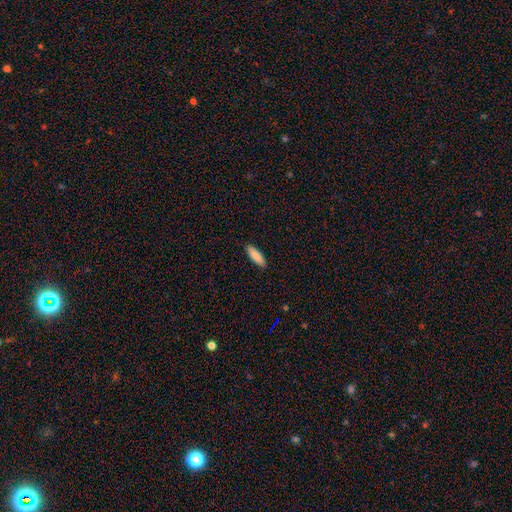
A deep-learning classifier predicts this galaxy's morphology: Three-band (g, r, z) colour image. It shows a smooth galaxy with no disk features (88%) that is in between round and cigar-shaped (57%). Merging: none (90%).